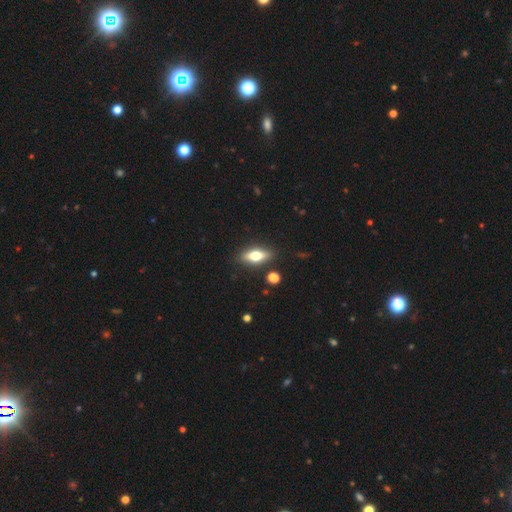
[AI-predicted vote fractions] A smooth galaxy with no disk features (52%) that is in between round and cigar-shaped (66%).

Vote fractions:
- Smooth or featured? smooth: 52% / featured or disk: 40% / star or artifact: 8%
- How rounded? in between: 66% / cigar-shaped: 28% / round: 5%
- Merging? none: 87% / minor disturbance: 8% / merger: 2% / major disturbance: 2%